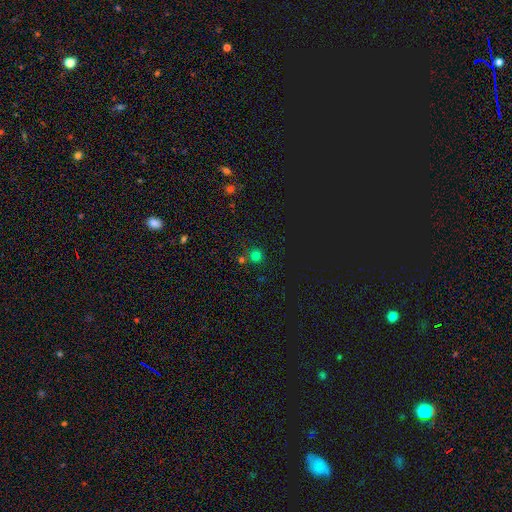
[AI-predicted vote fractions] smooth_or_featured: smooth (p=0.68) [alt: star or artifact p=0.27]
how_rounded: round (p=0.92) [alt: in between p=0.07]
merging: none (p=0.72) [alt: merger p=0.17]